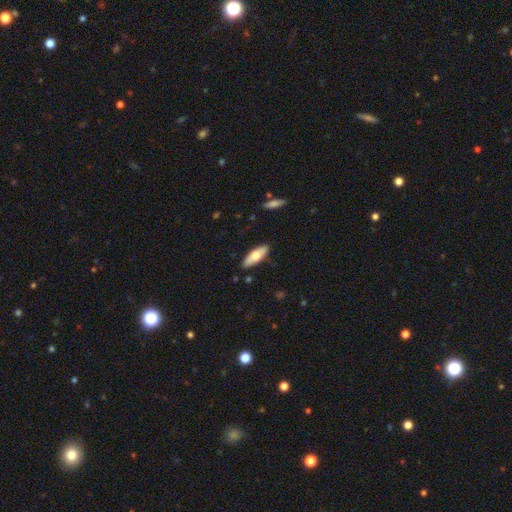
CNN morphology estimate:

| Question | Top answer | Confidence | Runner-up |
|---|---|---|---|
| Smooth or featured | smooth | 62% | featured or disk (32%) |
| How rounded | in between | 62% | cigar-shaped (36%) |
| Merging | none | 88% | minor disturbance (9%) |